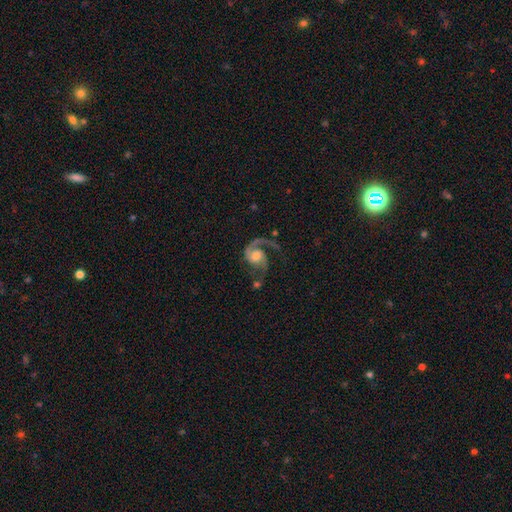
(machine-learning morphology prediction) smooth-or-featured: featured or disk: 90% | smooth: 5% | star or artifact: 5%
  disk-edge-on: no: 98% | yes: 2%
    bar: no: 62% | weak: 30% | strong: 8%
    has-spiral-arms: yes: 98% | no: 2%
      spiral-winding: medium: 52% | loose: 34% | tight: 14%
      spiral-arm-count: 2: 77% | 1: 18% | can't tell: 1% | 3: 1% | 4: 1% | more than 4: 1%
    bulge-size: moderate: 45% | large: 27% | small: 17% | none: 8% | dominant: 3%
  merging: none: 56% | major disturbance: 21% | minor disturbance: 17% | merger: 6%